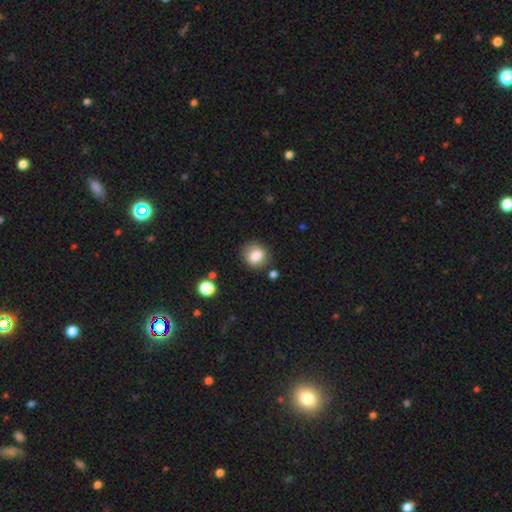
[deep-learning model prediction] Overall: smooth (80%). How rounded: round (73%). Merging: none (80%).